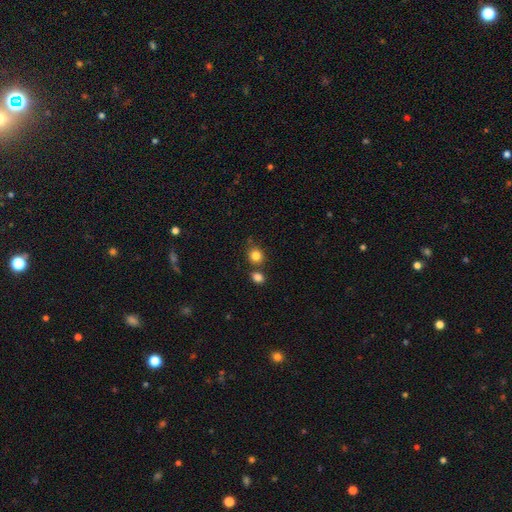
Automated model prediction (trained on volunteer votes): Smooth or featured: smooth — 82% (star or artifact — 12%)
How rounded: round — 82% (in between — 17%)
Merging: none — 69% (merger — 17%)